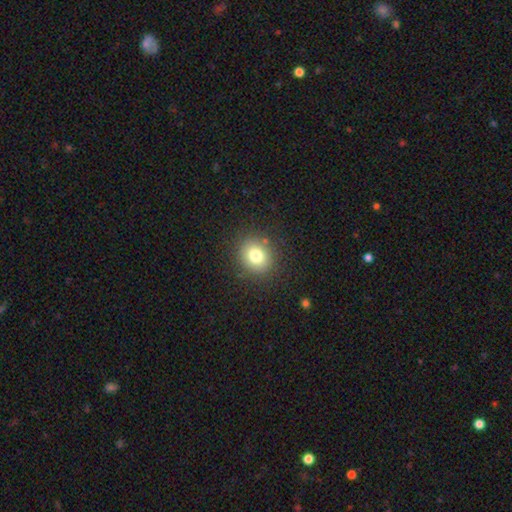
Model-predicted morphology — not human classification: type=smooth (79%); roundness=round (74%); merging=none (86%).